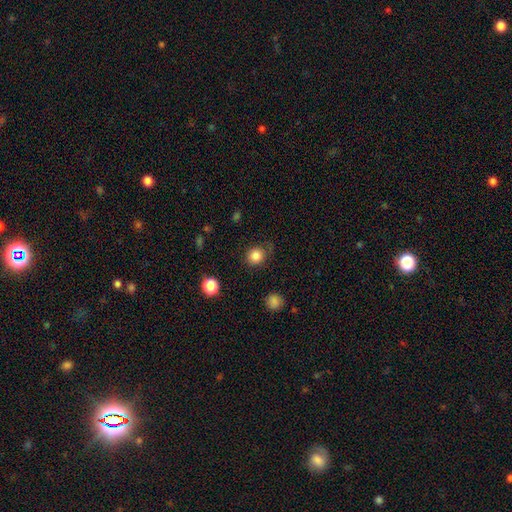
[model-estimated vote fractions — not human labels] This appears to be a smooth galaxy with no disk features (83%) that is round (83%). Merging: none (75%).